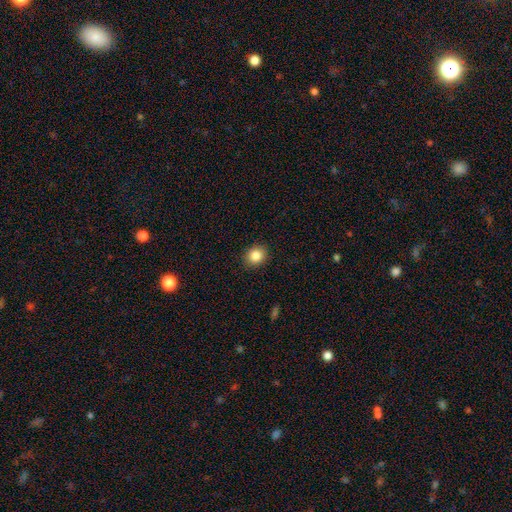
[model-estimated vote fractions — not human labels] Smooth or featured? Predicted: smooth (p=0.85). How rounded? Predicted: round (p=0.73). Merging? Predicted: none (p=0.90).